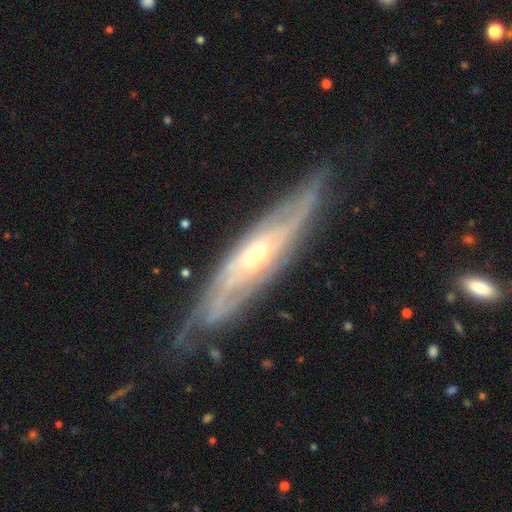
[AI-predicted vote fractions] smooth-or-featured: featured or disk: 84% | smooth: 11% | star or artifact: 5%
  disk-edge-on: no: 57% | yes: 43%
  merging: none: 74% | minor disturbance: 18% | major disturbance: 6% | merger: 2%